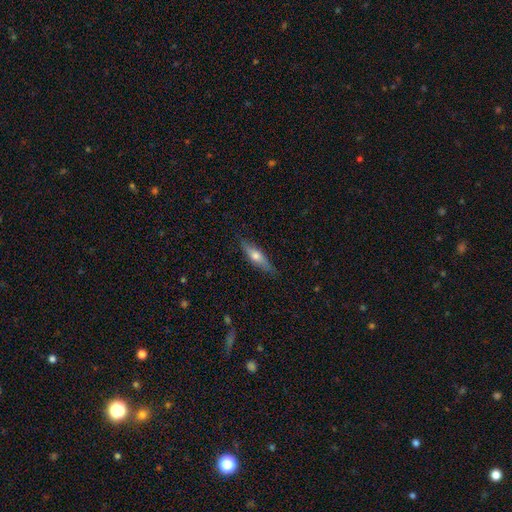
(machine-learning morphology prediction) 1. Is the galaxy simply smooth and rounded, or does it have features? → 56% smooth, 37% featured or disk, 6% star or artifact.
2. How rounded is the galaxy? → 60% cigar-shaped, 38% in between, 2% round.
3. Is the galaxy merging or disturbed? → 84% none, 13% minor disturbance, 2% major disturbance, 1% merger.